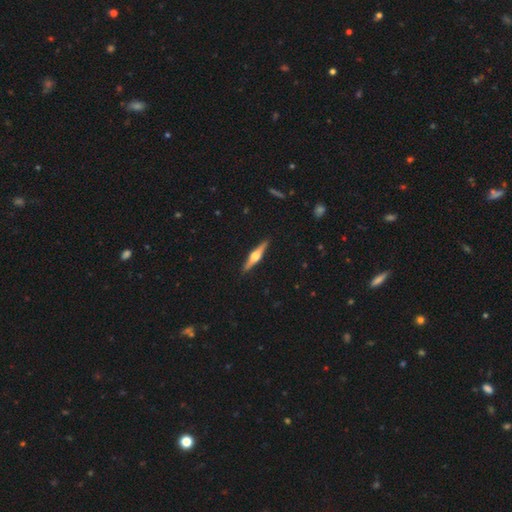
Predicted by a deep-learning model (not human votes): Smooth or featured?
  - featured or disk: 76% *
  - smooth: 19%
  - star or artifact: 5%
Edge-on disk?
  - yes: 98% *
  - no: 2%
Edge-on bulge?
  - rounded: 94% *
  - boxy: 5%
  - none: 2%
Merging?
  - none: 91% *
  - minor disturbance: 6%
  - major disturbance: 1%
  - merger: 1%